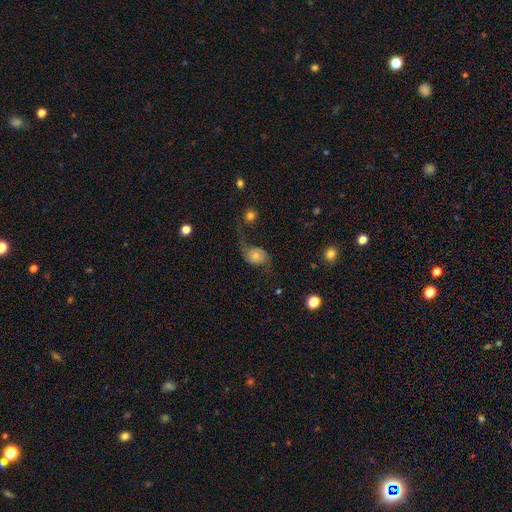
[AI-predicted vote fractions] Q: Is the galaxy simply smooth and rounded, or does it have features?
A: featured or disk — 54%.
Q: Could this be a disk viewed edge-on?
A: no — 96%.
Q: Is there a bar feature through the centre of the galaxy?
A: no — 75%.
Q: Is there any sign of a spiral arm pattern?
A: yes — 86%.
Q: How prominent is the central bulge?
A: moderate — 46%.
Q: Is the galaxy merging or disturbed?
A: none — 46%.